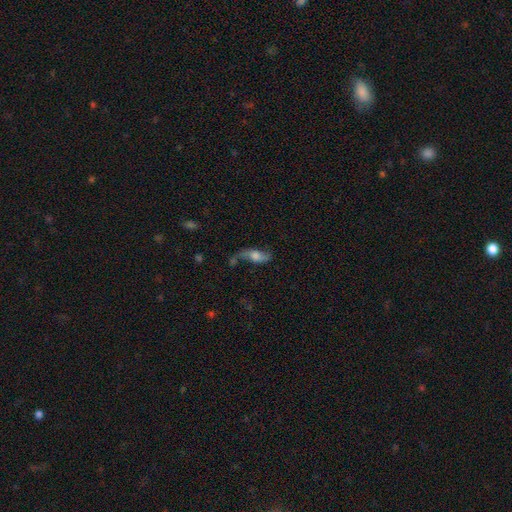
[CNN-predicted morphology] This is possibly a featured or disk galaxy (57%). It is clearly not viewed edge-on (83%). Merging: marginally none (43%).